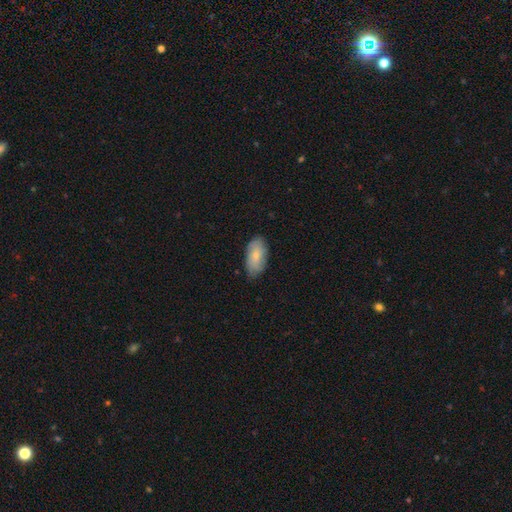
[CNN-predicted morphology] A smooth galaxy with no disk features (72%) that is in between round and cigar-shaped (93%). Merging: none (77%).